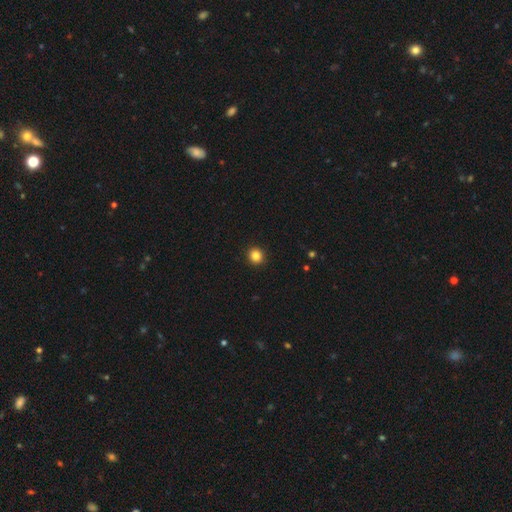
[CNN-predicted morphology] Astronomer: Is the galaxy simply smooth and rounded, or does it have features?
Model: smooth — 85%.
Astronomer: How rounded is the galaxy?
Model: round — 91%.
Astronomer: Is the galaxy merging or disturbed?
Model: none — 93%.